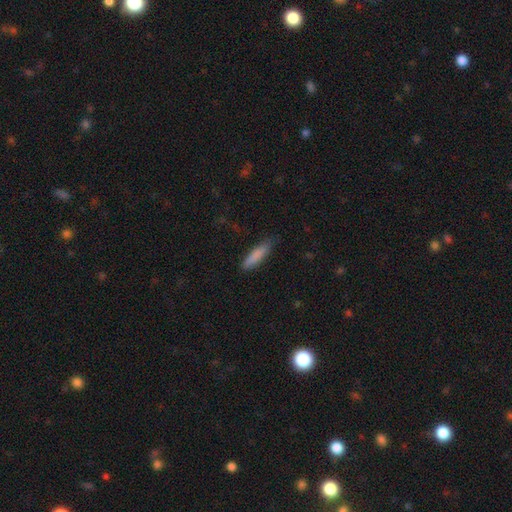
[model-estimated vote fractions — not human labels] The model was most divided on "how rounded": cigar-shaped: 73%, in between: 25%, round: 1%. More confident: smooth or featured — smooth (85%); merging — none (79%).